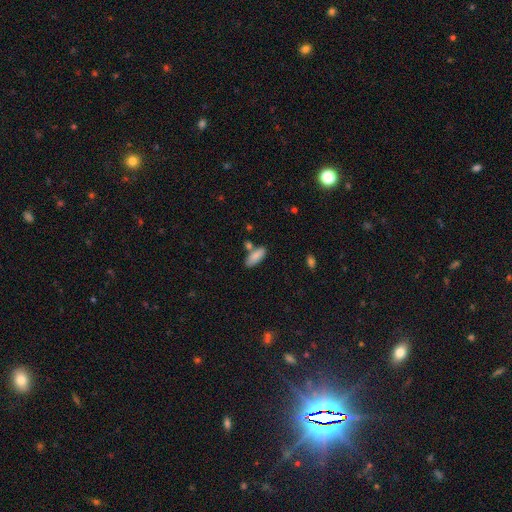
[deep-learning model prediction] Smooth or featured? Predicted: smooth (p=0.86). How rounded? Predicted: in between (p=0.75). Merging? Predicted: none (p=0.69).